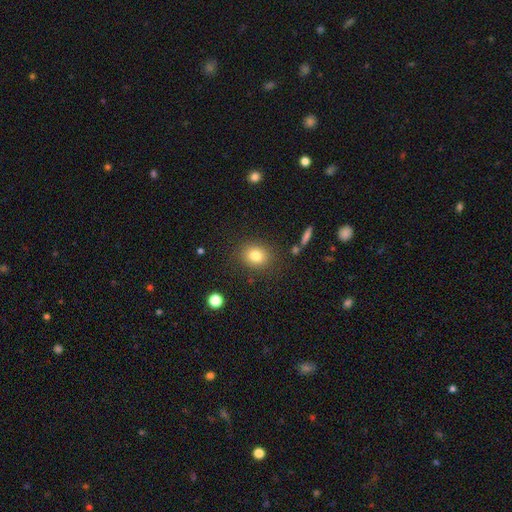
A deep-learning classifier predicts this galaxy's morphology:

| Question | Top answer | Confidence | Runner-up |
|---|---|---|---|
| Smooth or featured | smooth | 80% | star or artifact (11%) |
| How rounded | round | 70% | in between (29%) |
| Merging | none | 85% | minor disturbance (9%) |